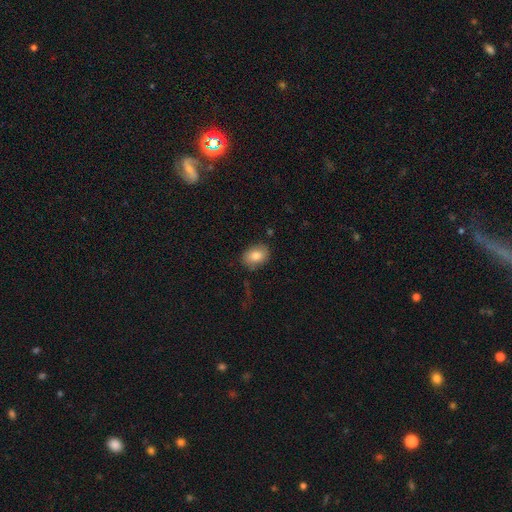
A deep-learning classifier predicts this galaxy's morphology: Q: Smooth or featured?
A: smooth (82%); runner-up: featured or disk (10%)
Q: How rounded?
A: in between (73%); runner-up: round (26%)
Q: Merging?
A: none (82%); runner-up: minor disturbance (13%)